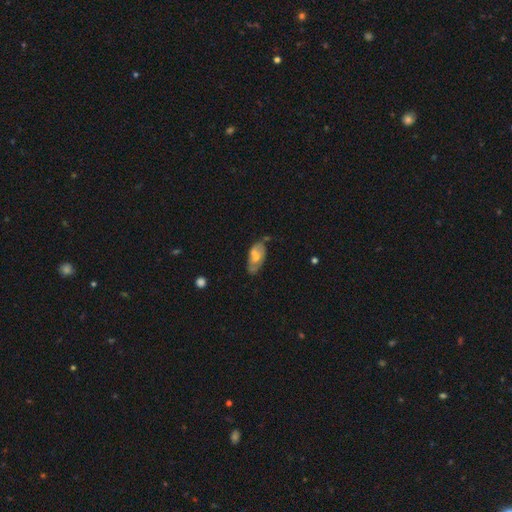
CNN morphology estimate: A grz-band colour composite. It shows a smooth galaxy with no disk features (47%). Merging: none (48%).